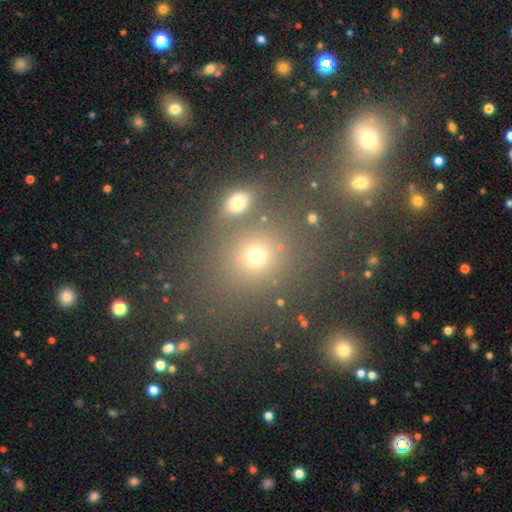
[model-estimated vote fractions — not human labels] Smooth or featured: smooth — 67% (star or artifact — 23%)
How rounded: round — 73% (in between — 25%)
Merging: none — 67% (merger — 18%)